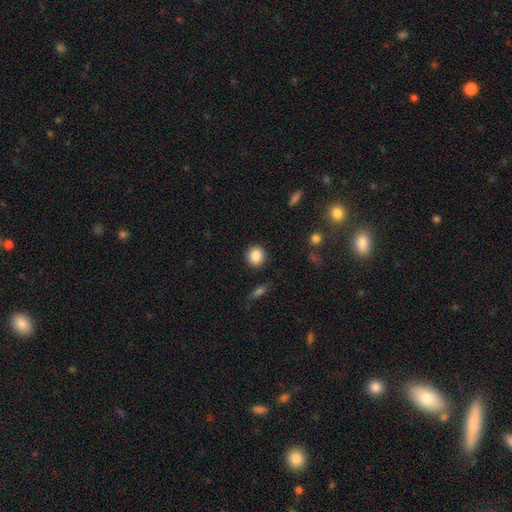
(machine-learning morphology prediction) smooth 87%, star or artifact 9%, featured or disk 4%. Down the decision tree: how rounded — round (89%); merging — none (90%).